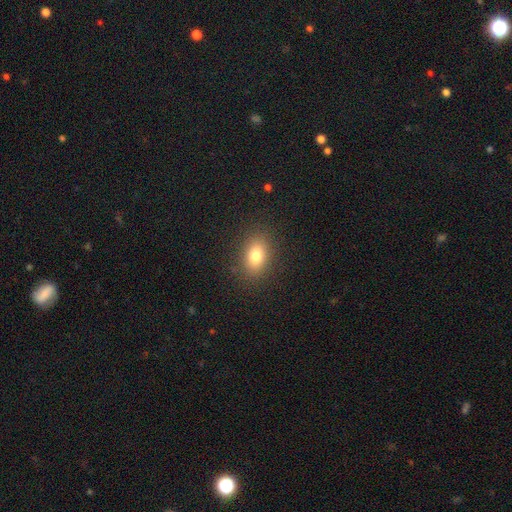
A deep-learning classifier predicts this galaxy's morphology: A smooth galaxy with no disk features (78%) that is in between round and cigar-shaped (78%).

Vote fractions:
- Smooth or featured? smooth: 78% / star or artifact: 11% / featured or disk: 11%
- How rounded? in between: 78% / round: 19% / cigar-shaped: 2%
- Merging? none: 87% / minor disturbance: 9% / major disturbance: 3% / merger: 1%